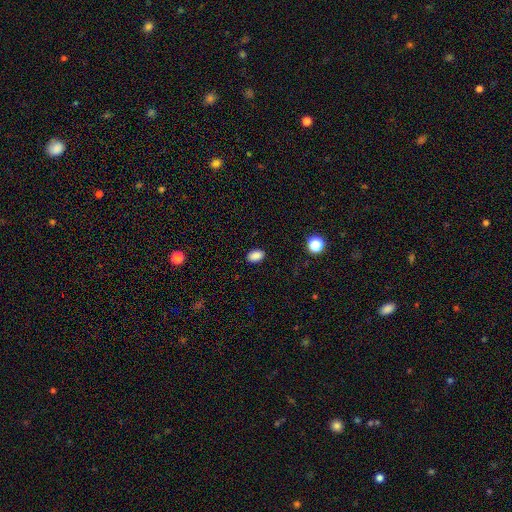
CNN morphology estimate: Smooth or featured? smooth (87%)
How rounded? in between (86%)
Merging? none (89%)